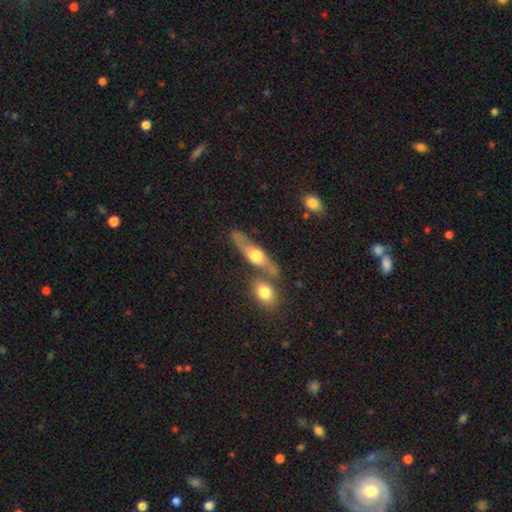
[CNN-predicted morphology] type=featured or disk (62%); edge-on=yes (74%); merging=none (58%).